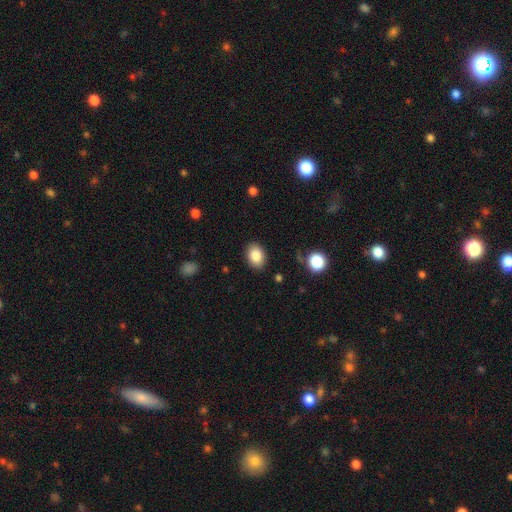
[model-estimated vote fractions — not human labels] This appears to be a smooth galaxy with no disk features (86%) that is in between round and cigar-shaped (76%). Merging: none (87%).